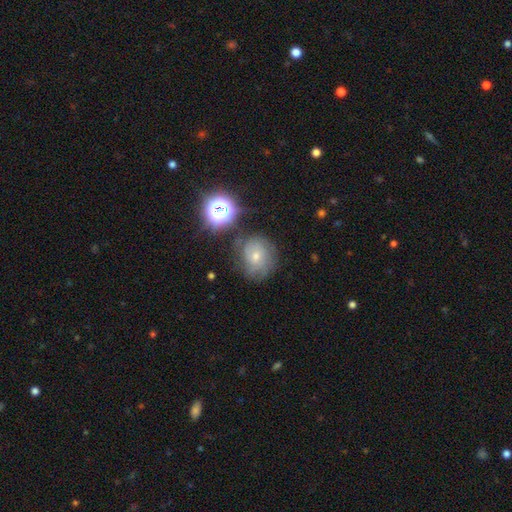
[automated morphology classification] Smooth or featured: smooth — 47% (featured or disk — 36%)
Merging: none — 60% (minor disturbance — 22%)